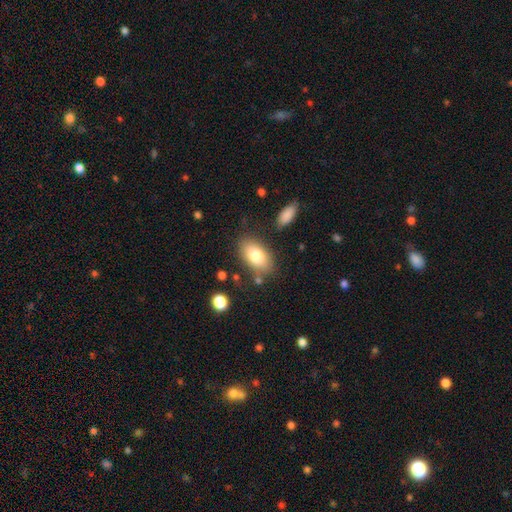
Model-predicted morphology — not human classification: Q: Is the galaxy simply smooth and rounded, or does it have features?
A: smooth — 79%.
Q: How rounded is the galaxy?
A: in between — 92%.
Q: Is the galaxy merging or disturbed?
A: none — 77%.